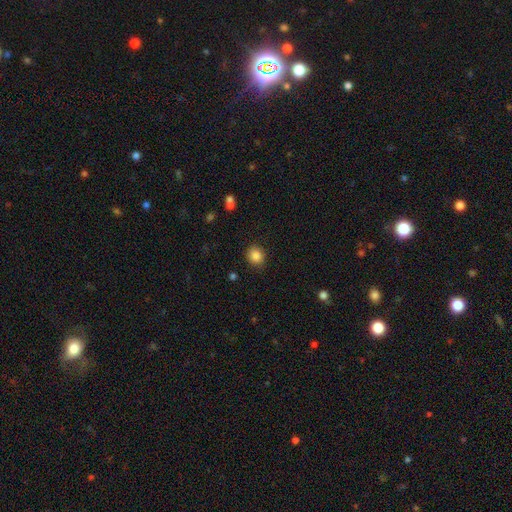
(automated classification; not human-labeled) This appears to be a smooth galaxy with no disk features (85%) that is round (78%). Merging: none (87%).